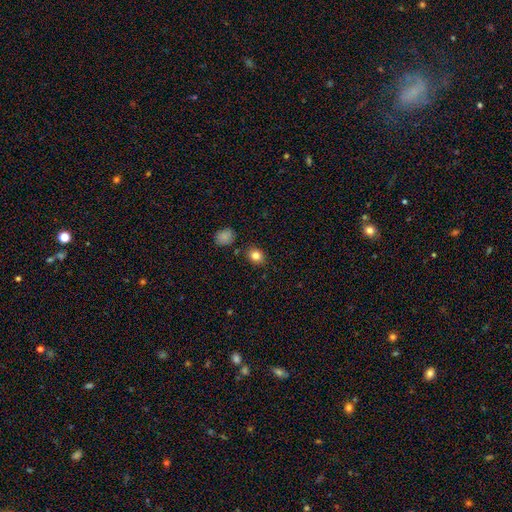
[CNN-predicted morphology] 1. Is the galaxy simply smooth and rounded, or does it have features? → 82% smooth, 11% star or artifact, 7% featured or disk.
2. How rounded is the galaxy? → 50% round, 49% in between, 1% cigar-shaped.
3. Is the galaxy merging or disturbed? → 83% none, 11% minor disturbance, 3% merger, 3% major disturbance.